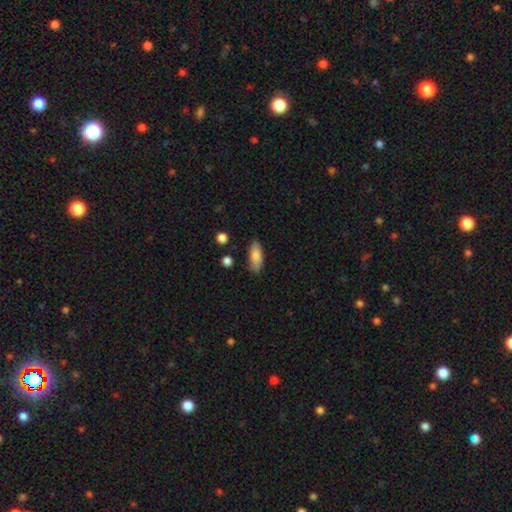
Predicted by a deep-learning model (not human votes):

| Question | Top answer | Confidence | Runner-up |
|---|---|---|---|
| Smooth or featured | smooth | 82% | featured or disk (11%) |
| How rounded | in between | 78% | cigar-shaped (20%) |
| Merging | none | 82% | minor disturbance (13%) |